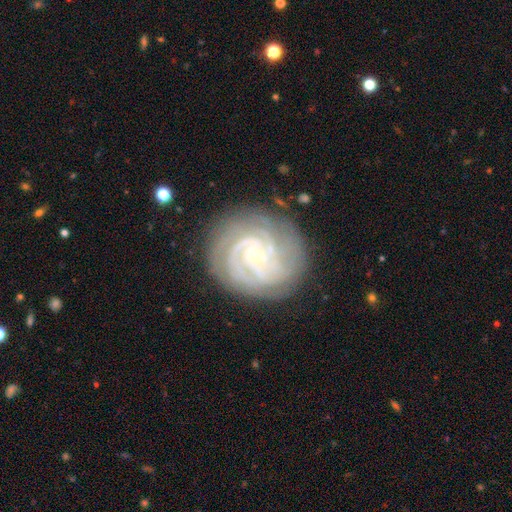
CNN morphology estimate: This appears to be a featured or disk galaxy (88%) with a weak bar (43%), 3 (25%) tight (80%) spiral arms (98%) and a small central bulge (83%). Merging: none (80%).